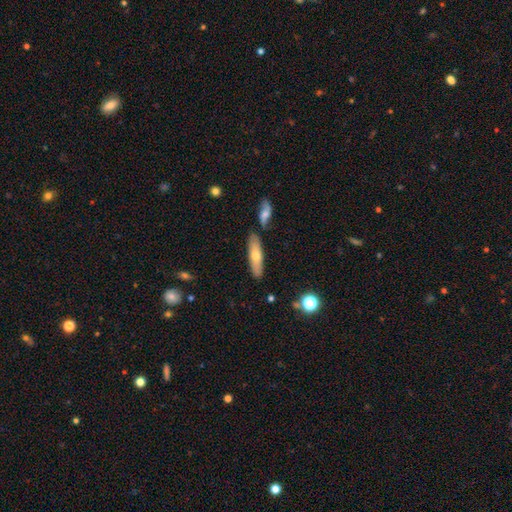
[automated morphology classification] The model was most divided on "smooth or featured": smooth: 62%, featured or disk: 32%, star or artifact: 6%. More confident: merging — none (81%); how rounded — cigar-shaped (65%).